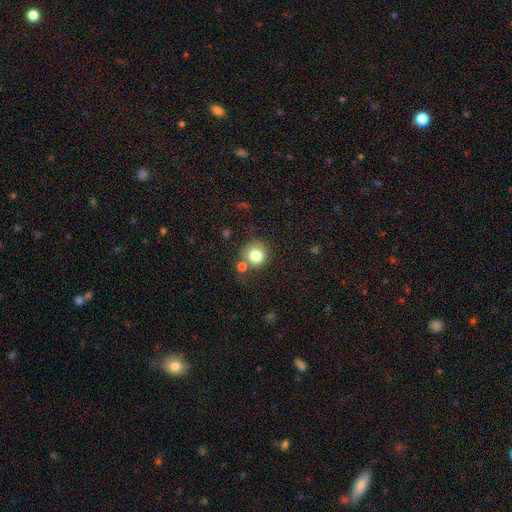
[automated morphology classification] A smooth galaxy with no disk features (79%) that is round (92%). Merging: none (69%).